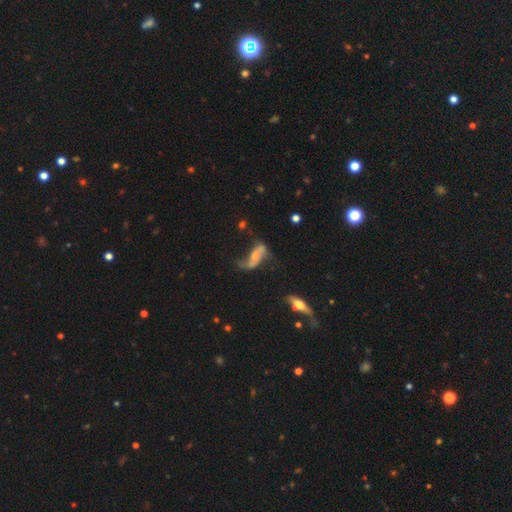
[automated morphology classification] Smooth or featured?
  - featured or disk: 70% *
  - smooth: 21%
  - star or artifact: 9%
Edge-on disk?
  - no: 89% *
  - yes: 11%
Bar?
  - no: 51% *
  - weak: 32%
  - strong: 18%
Spiral arms?
  - yes: 80% *
  - no: 20%
Bulge size?
  - moderate: 41% * (tied)
  - small: 41% * (tied)
  - none: 11%
  - large: 5%
  - dominant: 2%
Merging?
  - none: 35% *
  - major disturbance: 31%
  - minor disturbance: 21%
  - merger: 12%